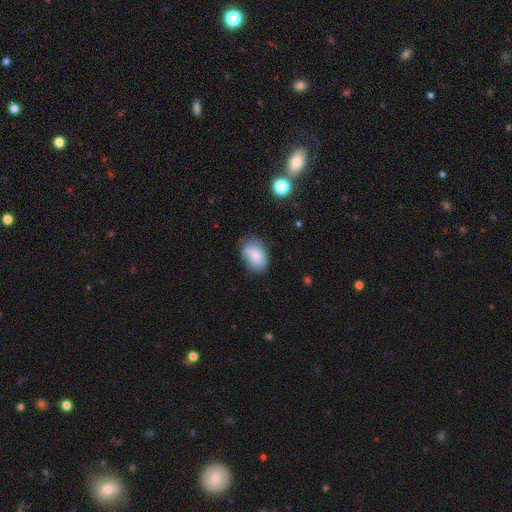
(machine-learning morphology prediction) A smooth galaxy with no disk features (80%) that is in between round and cigar-shaped (85%). Merging: none (65%).